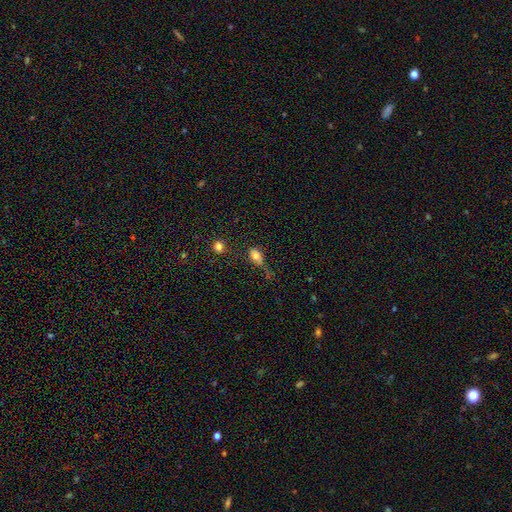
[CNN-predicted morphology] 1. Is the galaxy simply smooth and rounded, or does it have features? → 75% smooth, 13% featured or disk, 12% star or artifact.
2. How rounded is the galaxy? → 80% in between, 13% round, 7% cigar-shaped.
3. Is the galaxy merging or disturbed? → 41% none, 30% minor disturbance, 21% major disturbance, 8% merger.